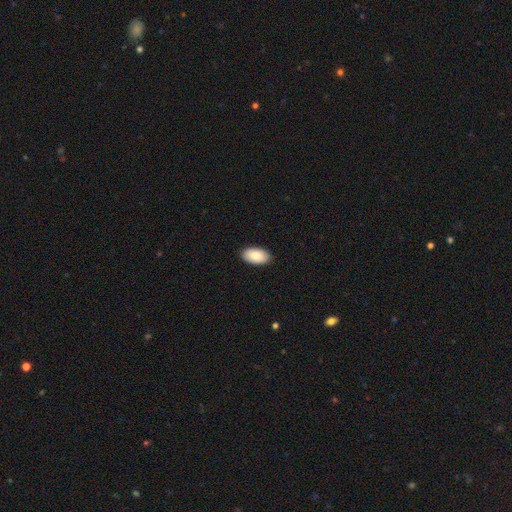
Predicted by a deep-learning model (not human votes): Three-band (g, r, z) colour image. It shows a smooth galaxy with no disk features (88%) that is in between round and cigar-shaped (96%). Merging: none (90%).